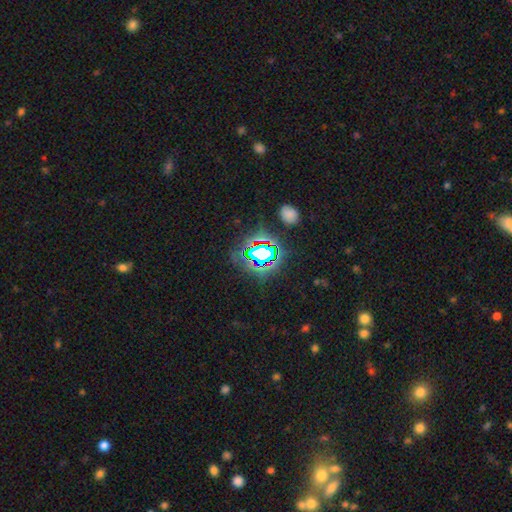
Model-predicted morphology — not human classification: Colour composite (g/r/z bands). It shows a star or artifact, not a galaxy (80%).